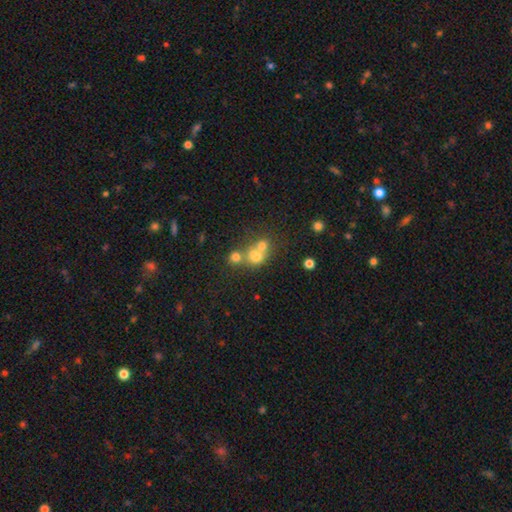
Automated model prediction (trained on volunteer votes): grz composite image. It shows a smooth galaxy with no disk features (63%) that is round (75%). Merging: merger (58%).